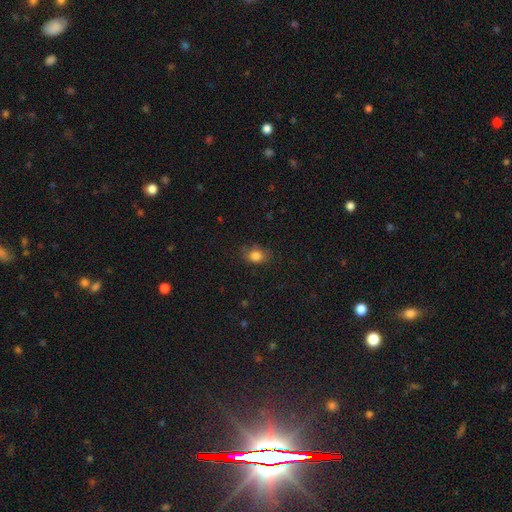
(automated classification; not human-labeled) Smooth or featured? Predicted: smooth (p=0.82). How rounded? Predicted: in between (p=0.54). Merging? Predicted: none (p=0.70).